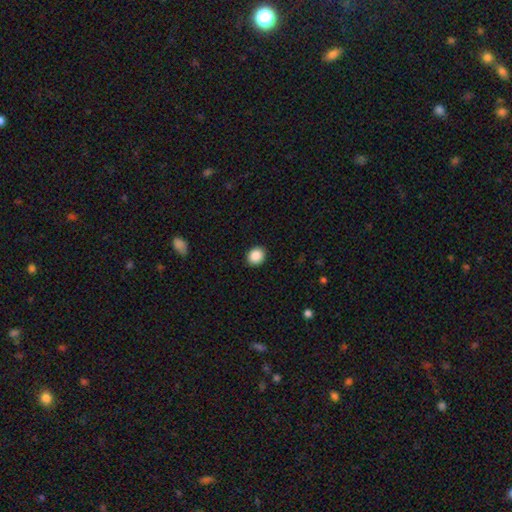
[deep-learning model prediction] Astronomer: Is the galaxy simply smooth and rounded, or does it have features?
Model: smooth — 88%.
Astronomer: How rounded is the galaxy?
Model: round — 76%.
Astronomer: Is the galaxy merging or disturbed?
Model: none — 92%.